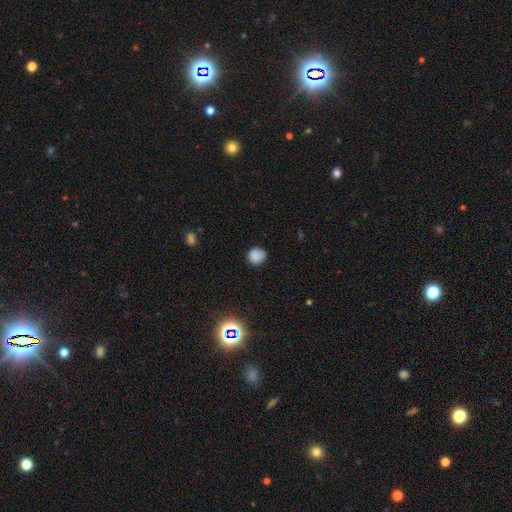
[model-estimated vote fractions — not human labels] Smooth or featured? smooth (83%)
How rounded? round (87%)
Merging? none (75%)